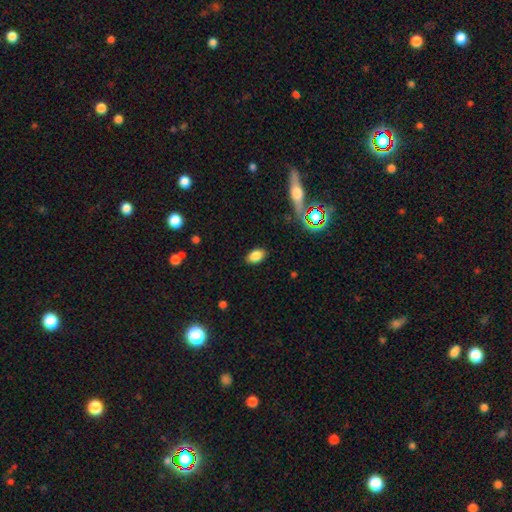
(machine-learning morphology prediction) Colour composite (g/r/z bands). It shows a smooth galaxy with no disk features (83%) that is in between round and cigar-shaped (87%). Merging: none (87%).